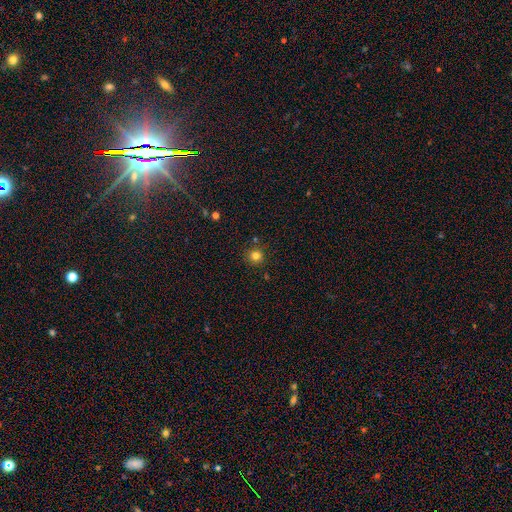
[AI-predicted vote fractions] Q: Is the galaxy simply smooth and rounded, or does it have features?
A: smooth — 81%.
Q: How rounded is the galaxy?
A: round — 94%.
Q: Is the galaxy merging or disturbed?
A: none — 87%.